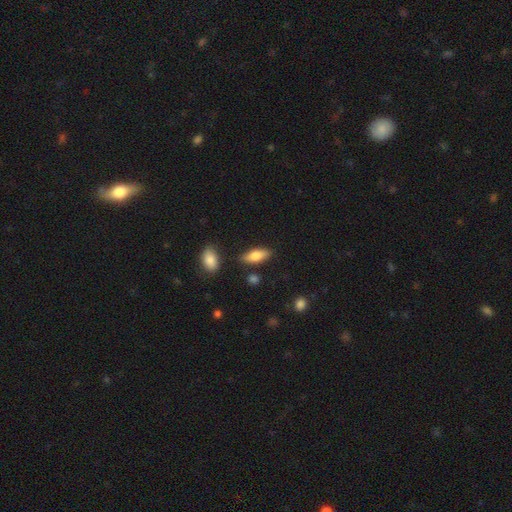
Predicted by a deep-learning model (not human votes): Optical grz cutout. It shows a smooth galaxy with no disk features (77%) that is in between round and cigar-shaped (76%). Merging: none (82%).